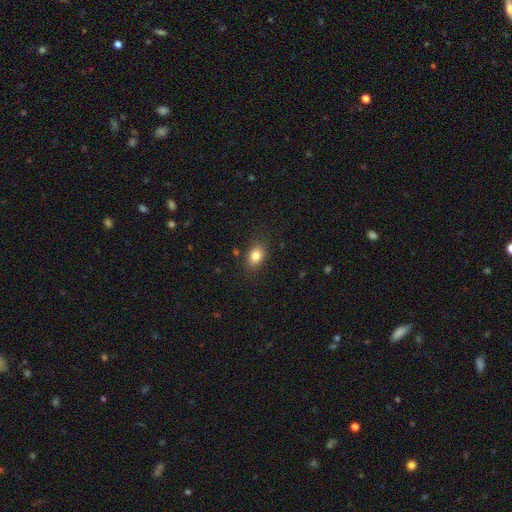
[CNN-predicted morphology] This is clearly a smooth galaxy (82%). How rounded: likely in between (74%). Merging: clearly none (84%).